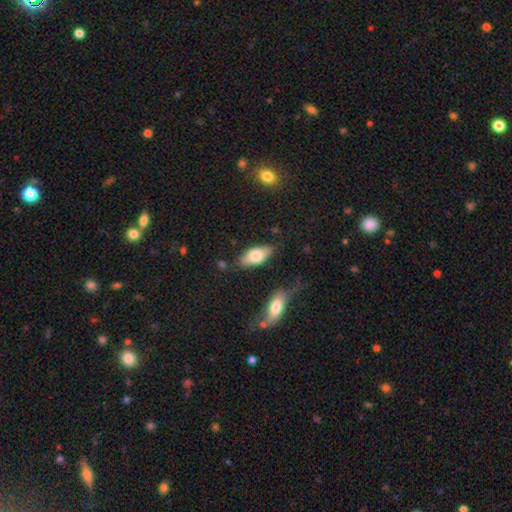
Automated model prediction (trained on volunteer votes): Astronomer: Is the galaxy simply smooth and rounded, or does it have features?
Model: smooth — 72%.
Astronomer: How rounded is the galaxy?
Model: in between — 86%.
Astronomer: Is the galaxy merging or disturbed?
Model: none — 74%.